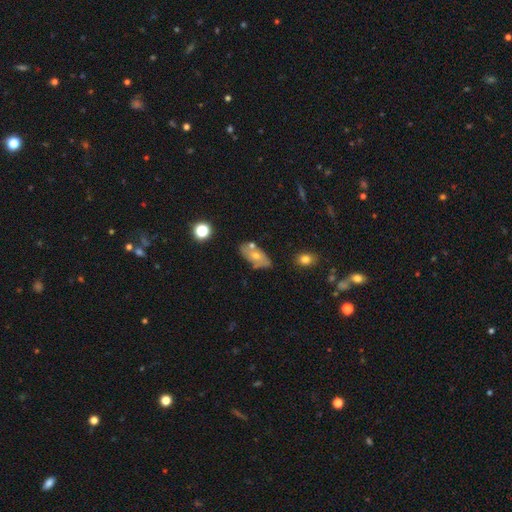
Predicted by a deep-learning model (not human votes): Smooth or featured? smooth (45%)
Merging? none (66%)